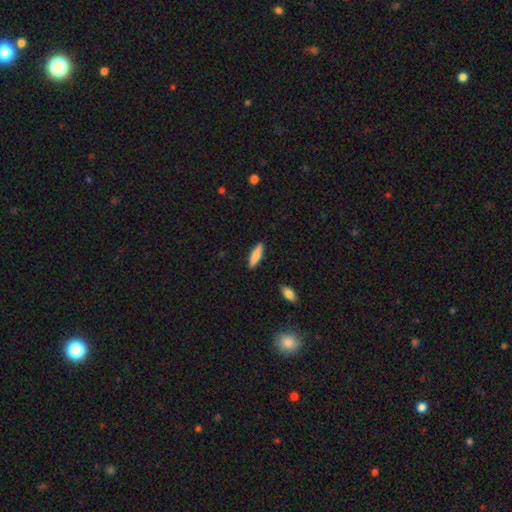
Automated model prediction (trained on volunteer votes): A smooth galaxy with no disk features (76%) that is cigar-shaped (66%). Merging: none (88%).